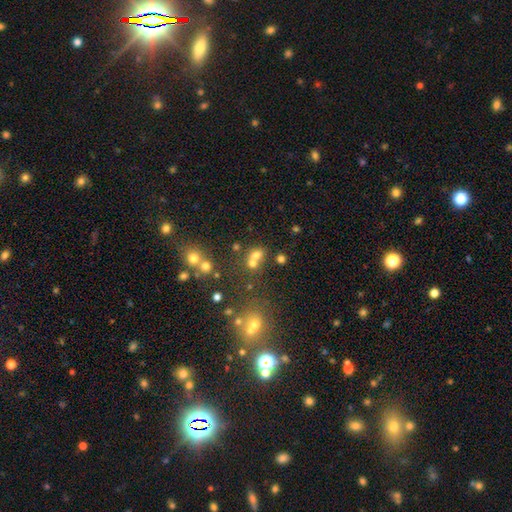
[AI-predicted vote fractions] A smooth galaxy with no disk features (65%) that is round (61%).

Vote fractions:
- Smooth or featured? smooth: 65% / star or artifact: 21% / featured or disk: 14%
- How rounded? round: 61% / in between: 37% / cigar-shaped: 2%
- Merging? merger: 43% (tied) / none: 43% (tied) / minor disturbance: 9% / major disturbance: 5%